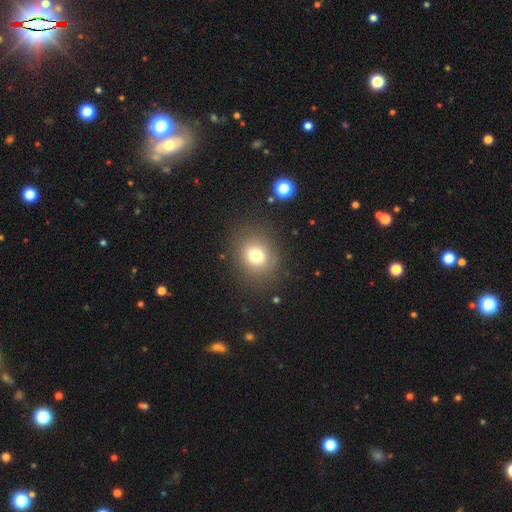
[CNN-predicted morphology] Overall: smooth (74%). How rounded: round (74%). Merging: none (85%).